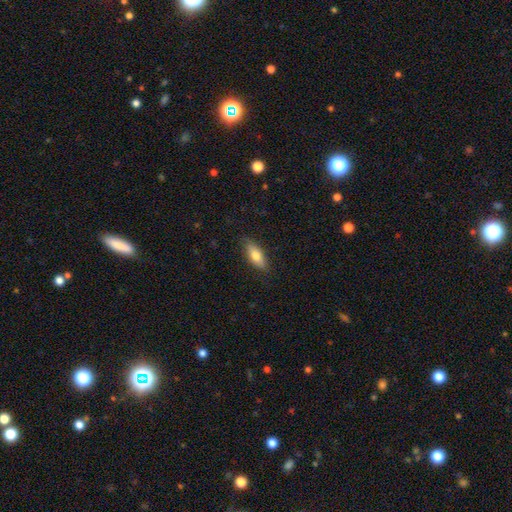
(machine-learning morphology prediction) Smooth or featured?
  - smooth: 72% *
  - featured or disk: 21%
  - star or artifact: 6%
How rounded?
  - in between: 70% *
  - cigar-shaped: 27%
  - round: 3%
Merging?
  - none: 84% *
  - minor disturbance: 13%
  - major disturbance: 2%
  - merger: 1%